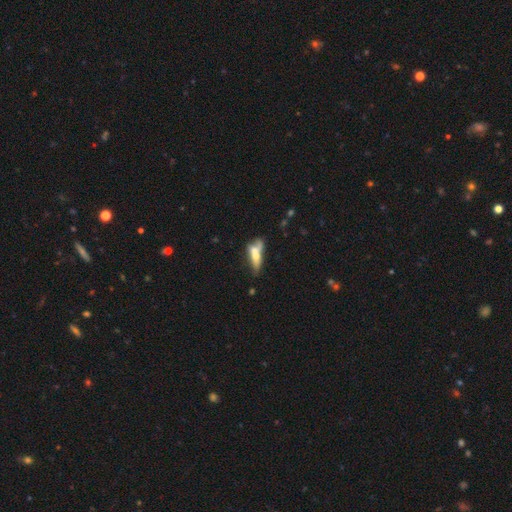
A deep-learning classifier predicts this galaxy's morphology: Smooth or featured? Predicted: smooth (p=0.49). Merging? Predicted: merger (p=0.50).